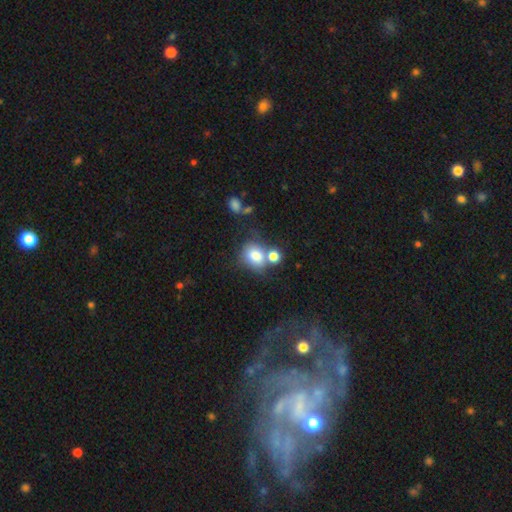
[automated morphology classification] Overall: smooth (79%). How rounded: round (54%; in between 45%). Merging: none (39%; merger 38%).